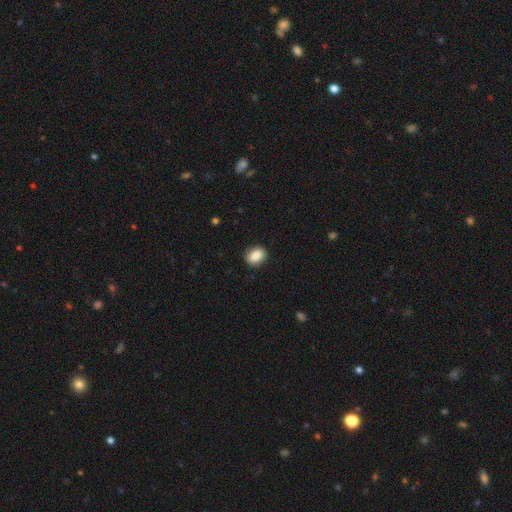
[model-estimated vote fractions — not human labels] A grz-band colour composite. It shows a smooth galaxy with no disk features (86%) that is in between round and cigar-shaped (55%). Merging: none (89%).